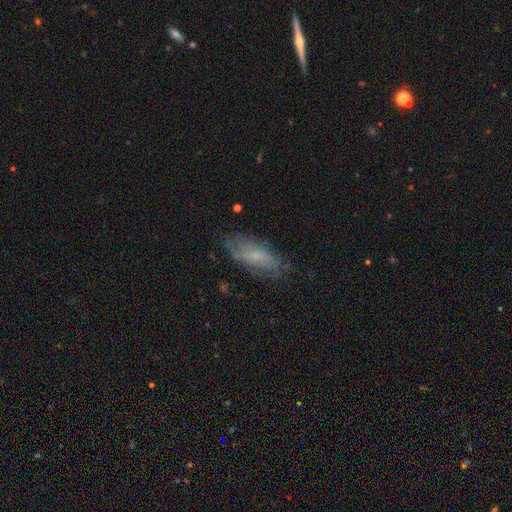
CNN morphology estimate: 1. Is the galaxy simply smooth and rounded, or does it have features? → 46% featured or disk, 45% smooth, 9% star or artifact.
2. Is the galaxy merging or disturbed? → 69% none, 22% minor disturbance, 8% major disturbance, 2% merger.